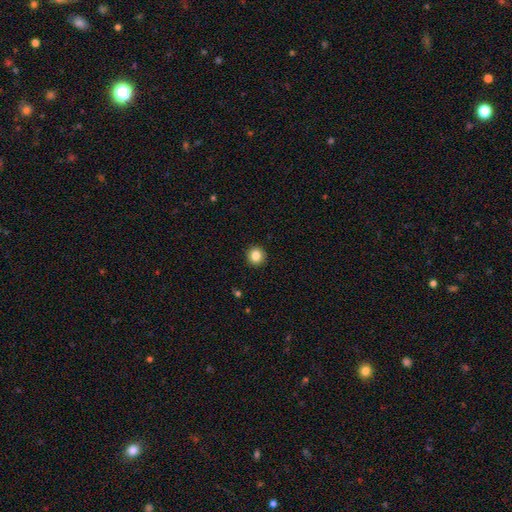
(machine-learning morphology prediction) Q: Smooth or featured?
A: smooth (85%); runner-up: star or artifact (10%)
Q: How rounded?
A: round (93%); runner-up: in between (6%)
Q: Merging?
A: none (93%); runner-up: minor disturbance (5%)